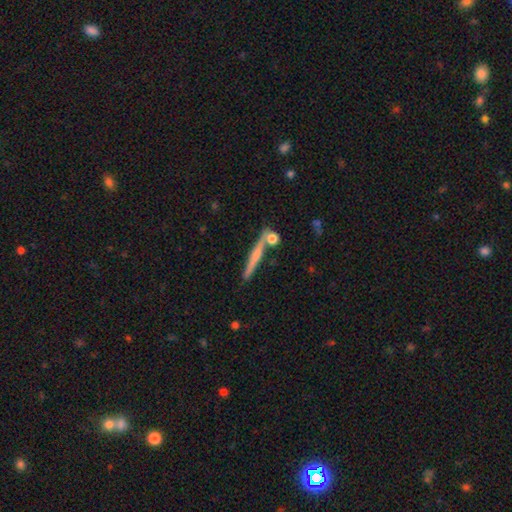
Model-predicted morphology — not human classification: smooth_or_featured: featured or disk (p=0.54) [alt: smooth p=0.39]
disk_edge_on: yes (p=0.96) [alt: no p=0.04]
edge_on_bulge: rounded (p=0.54) [alt: none p=0.35]
merging: none (p=0.79) [alt: merger p=0.10]